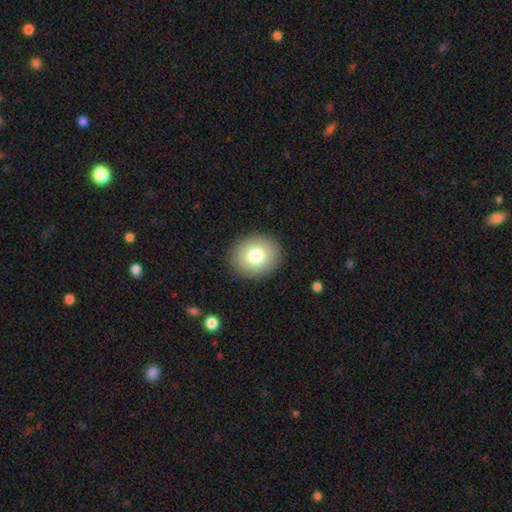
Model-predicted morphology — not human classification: Smooth or featured?
  - smooth: 78% *
  - featured or disk: 12%
  - star or artifact: 10%
How rounded?
  - round: 69% *
  - in between: 31%
  - cigar-shaped: 1%
Merging?
  - none: 90% *
  - minor disturbance: 6%
  - major disturbance: 2%
  - merger: 1%